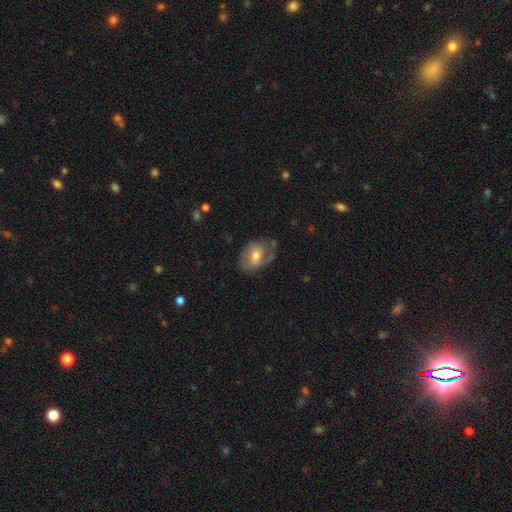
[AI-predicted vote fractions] Smooth or featured? featured or disk (54%)
Edge-on disk? no (94%)
Bar? no (43%)
Spiral arms? yes (65%)
Bulge size? moderate (68%)
Merging? none (56%)